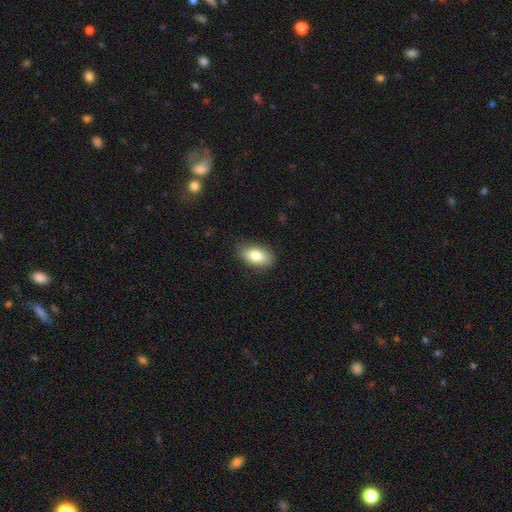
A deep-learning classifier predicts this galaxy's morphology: Smooth or featured?
  - smooth: 83% *
  - featured or disk: 10%
  - star or artifact: 7%
How rounded?
  - in between: 91% *
  - round: 6%
  - cigar-shaped: 3%
Merging?
  - none: 85% *
  - minor disturbance: 11%
  - major disturbance: 3%
  - merger: 1%